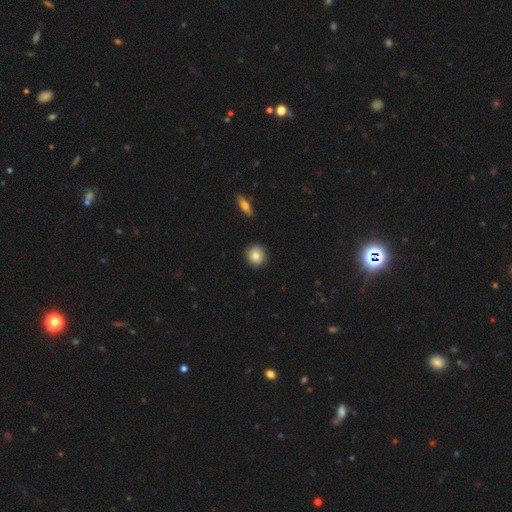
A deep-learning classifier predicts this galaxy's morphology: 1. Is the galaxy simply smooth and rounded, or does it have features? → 81% smooth, 11% featured or disk, 8% star or artifact.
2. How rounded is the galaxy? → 88% round, 11% in between, 1% cigar-shaped.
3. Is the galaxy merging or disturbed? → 86% none, 10% minor disturbance, 2% major disturbance, 1% merger.